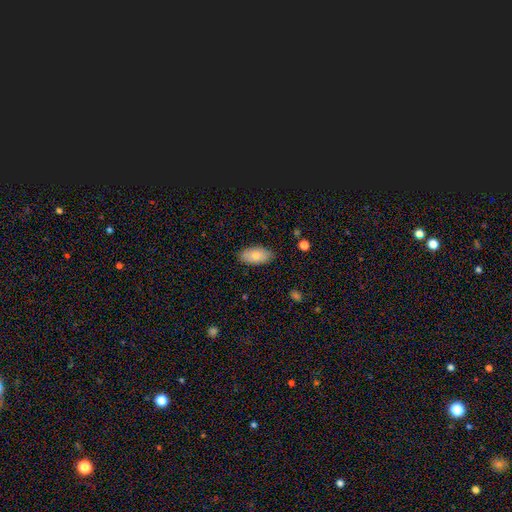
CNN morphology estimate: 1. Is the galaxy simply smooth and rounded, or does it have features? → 79% smooth, 15% featured or disk, 6% star or artifact.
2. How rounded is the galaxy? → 94% in between, 3% cigar-shaped, 3% round.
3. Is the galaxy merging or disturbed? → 84% none, 13% minor disturbance, 2% major disturbance, 1% merger.